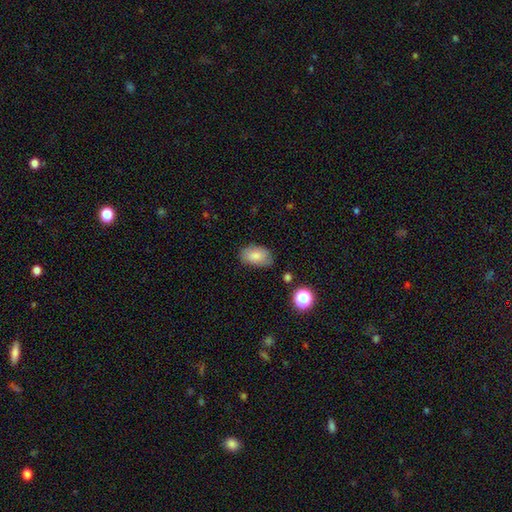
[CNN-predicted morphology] This appears to be a smooth galaxy with no disk features (80%) that is in between round and cigar-shaped (89%). Merging: none (74%).